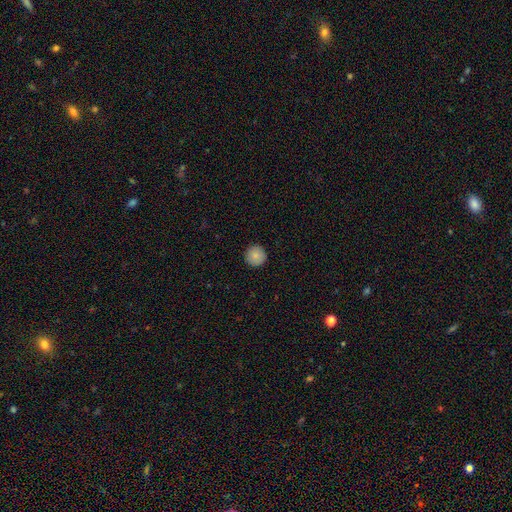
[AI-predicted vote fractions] Morphology: type=smooth (85%); roundness=round (96%); merging=none (92%).